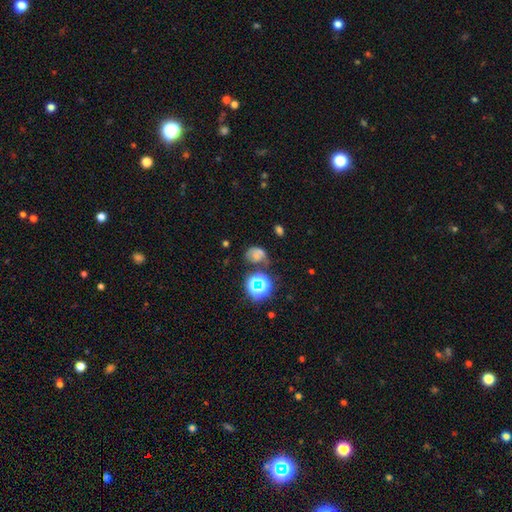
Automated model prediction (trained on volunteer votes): Overall: star or artifact (46%; smooth 37%).